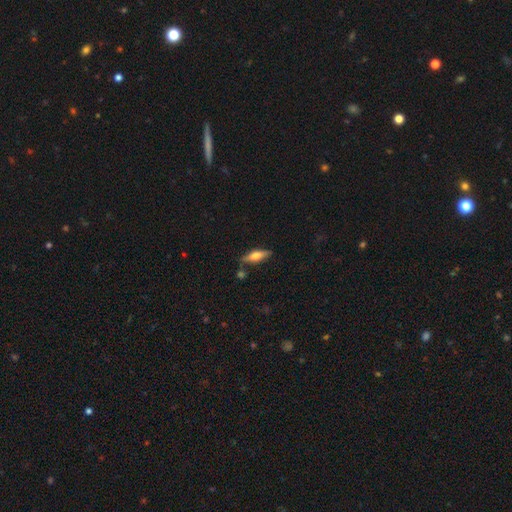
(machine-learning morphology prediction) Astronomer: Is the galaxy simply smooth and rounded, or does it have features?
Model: smooth — 50% (runner-up: featured or disk, 43%).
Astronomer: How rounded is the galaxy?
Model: cigar-shaped — 56% (runner-up: in between, 42%).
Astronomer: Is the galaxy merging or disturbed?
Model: none — 77%.